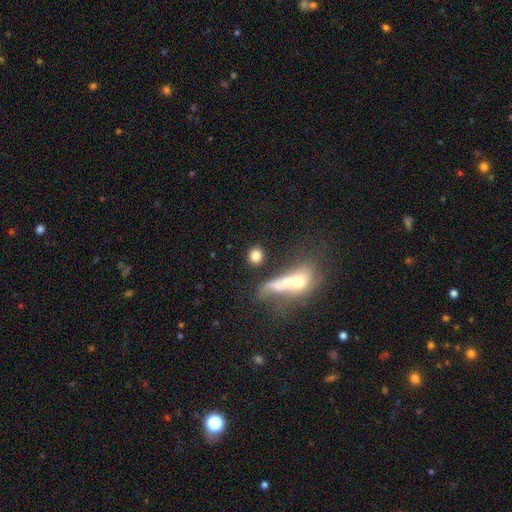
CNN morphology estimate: The model was most divided on "how rounded": round: 74%, in between: 21%, cigar-shaped: 5%. More confident: smooth or featured — smooth (80%); merging — none (70%).